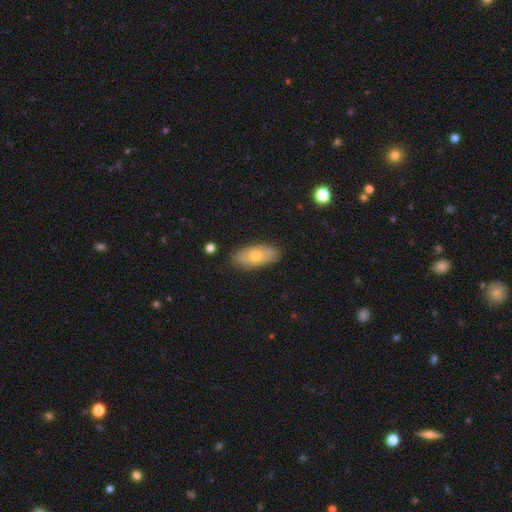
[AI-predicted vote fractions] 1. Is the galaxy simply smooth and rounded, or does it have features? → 61% smooth, 32% featured or disk, 7% star or artifact.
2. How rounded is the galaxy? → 88% in between, 9% cigar-shaped, 3% round.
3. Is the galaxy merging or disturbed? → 86% none, 11% minor disturbance, 2% major disturbance, 1% merger.